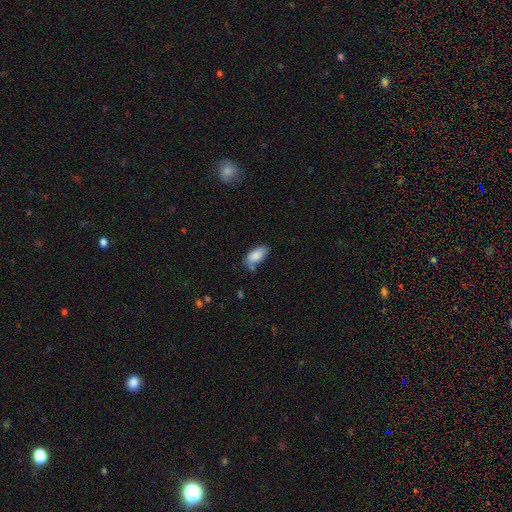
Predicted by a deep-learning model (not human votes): This appears to be a smooth galaxy with no disk features (85%) that is in between round and cigar-shaped (91%). Merging: none (57%).